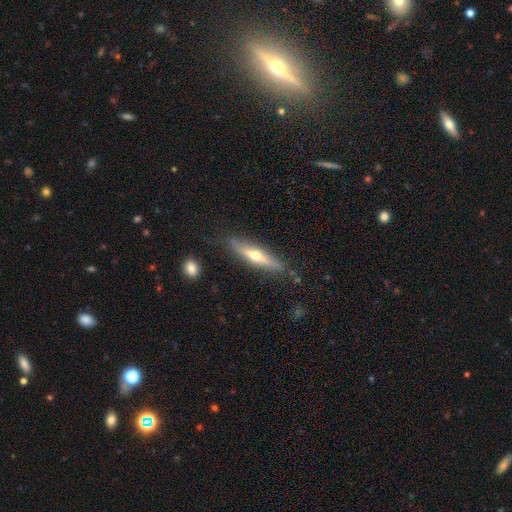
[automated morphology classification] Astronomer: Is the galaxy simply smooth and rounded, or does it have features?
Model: featured or disk — 55% (runner-up: smooth, 39%).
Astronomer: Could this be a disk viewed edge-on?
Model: yes — 91%.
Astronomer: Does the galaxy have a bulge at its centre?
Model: rounded — 88%.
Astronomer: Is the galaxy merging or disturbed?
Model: none — 83%.